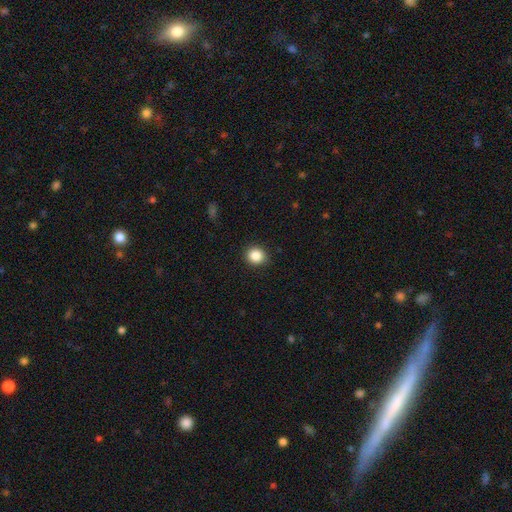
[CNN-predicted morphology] Smooth or featured: smooth — 86% (star or artifact — 10%)
How rounded: round — 83% (in between — 16%)
Merging: none — 90% (minor disturbance — 7%)